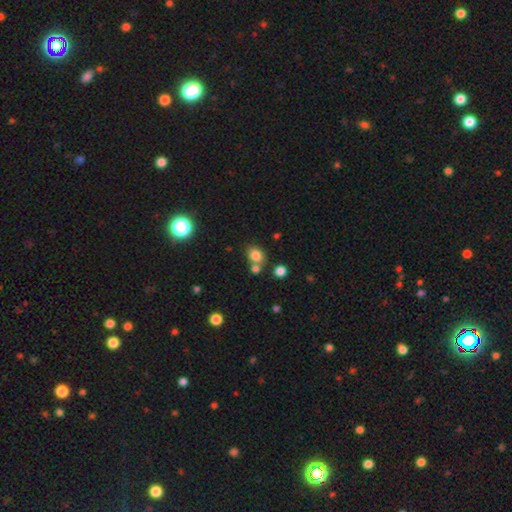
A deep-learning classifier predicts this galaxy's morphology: This is clearly a smooth galaxy (80%). How rounded: likely round (64%). Merging: likely none (60%).